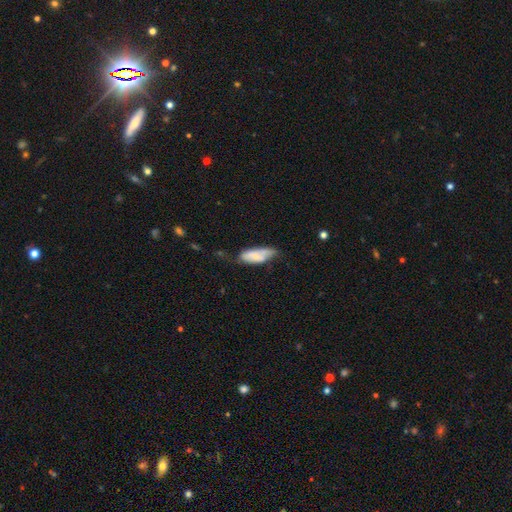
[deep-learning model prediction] A smooth galaxy with no disk features (65%) that is in between round and cigar-shaped (77%). Merging: none (40%).